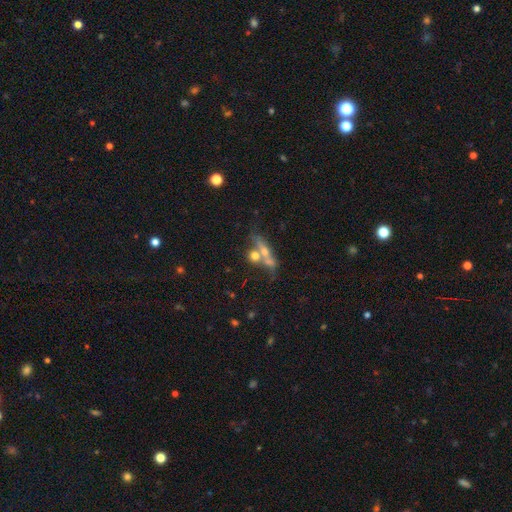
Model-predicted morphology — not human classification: Smooth or featured: smooth — 51% (featured or disk — 36%)
How rounded: round — 36% (cigar-shaped — 33%)
Merging: merger — 43% (none — 38%)